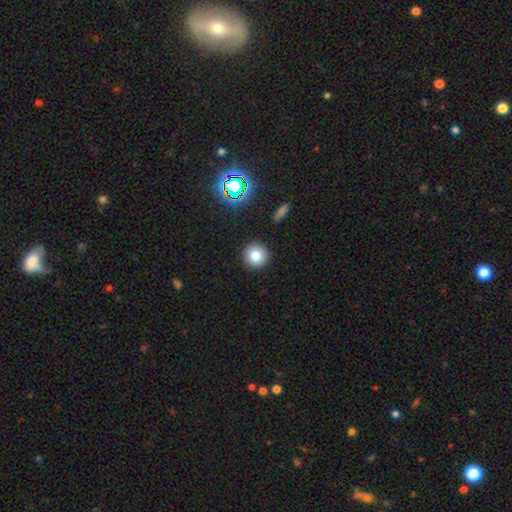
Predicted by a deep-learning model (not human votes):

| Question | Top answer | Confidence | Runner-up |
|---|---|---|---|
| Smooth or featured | smooth | 80% | star or artifact (13%) |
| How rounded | round | 94% | in between (5%) |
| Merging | none | 90% | minor disturbance (6%) |